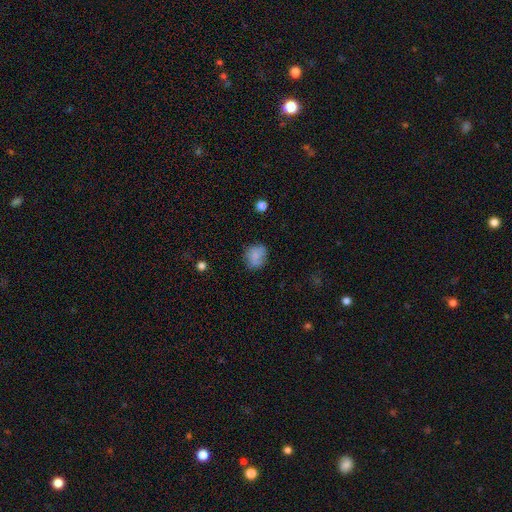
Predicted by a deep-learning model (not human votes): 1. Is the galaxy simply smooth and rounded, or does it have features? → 79% smooth, 12% featured or disk, 9% star or artifact.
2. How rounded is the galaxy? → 68% round, 31% in between, 1% cigar-shaped.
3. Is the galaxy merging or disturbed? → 74% none, 19% minor disturbance, 5% major disturbance, 2% merger.